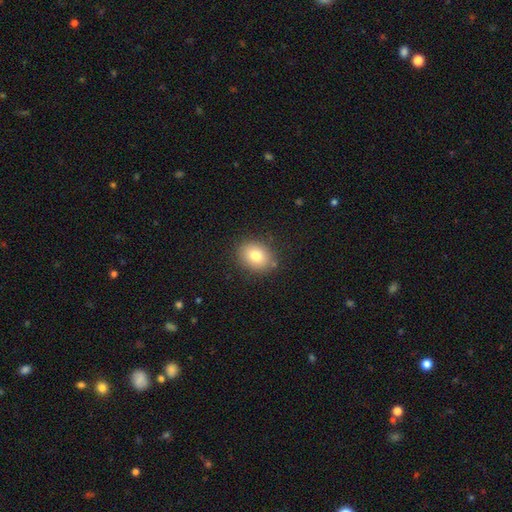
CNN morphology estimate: This appears to be a smooth galaxy with no disk features (79%) that is in between round and cigar-shaped (53%). Merging: none (85%).